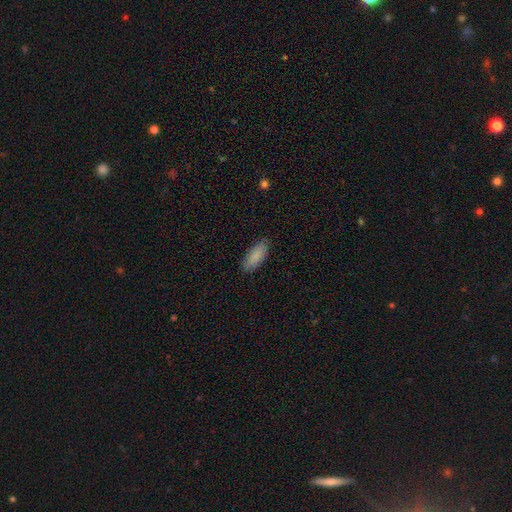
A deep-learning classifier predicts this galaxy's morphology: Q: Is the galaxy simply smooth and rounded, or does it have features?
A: smooth — 87%.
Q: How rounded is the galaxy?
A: in between — 80%.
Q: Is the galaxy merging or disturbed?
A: none — 85%.